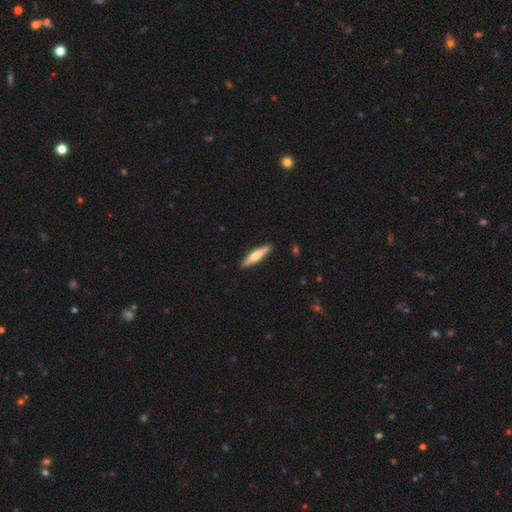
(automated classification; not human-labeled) This appears to be a featured or disk galaxy (48%). Merging: none (91%).